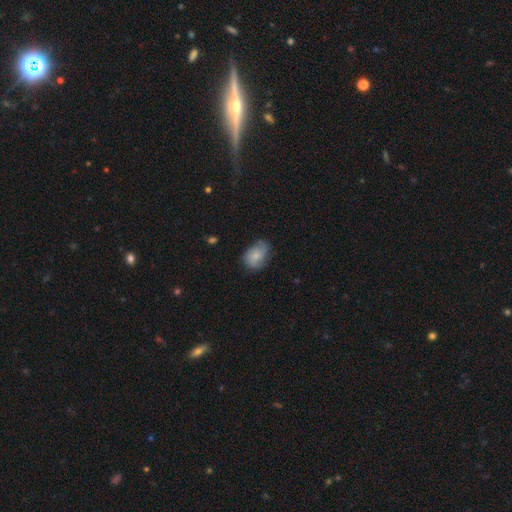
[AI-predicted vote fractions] smooth_or_featured: smooth (p=0.59) [alt: featured or disk p=0.33]
how_rounded: in between (p=0.71) [alt: round p=0.28]
merging: none (p=0.56) [alt: minor disturbance p=0.32]